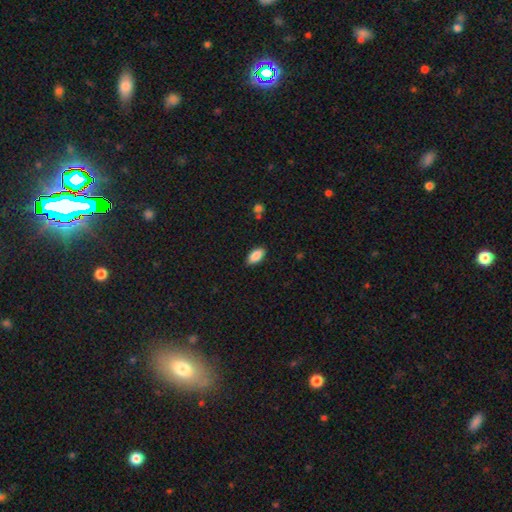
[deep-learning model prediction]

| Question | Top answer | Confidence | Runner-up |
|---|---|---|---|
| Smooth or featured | smooth | 88% | star or artifact (7%) |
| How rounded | in between | 92% | cigar-shaped (6%) |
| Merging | none | 86% | minor disturbance (11%) |